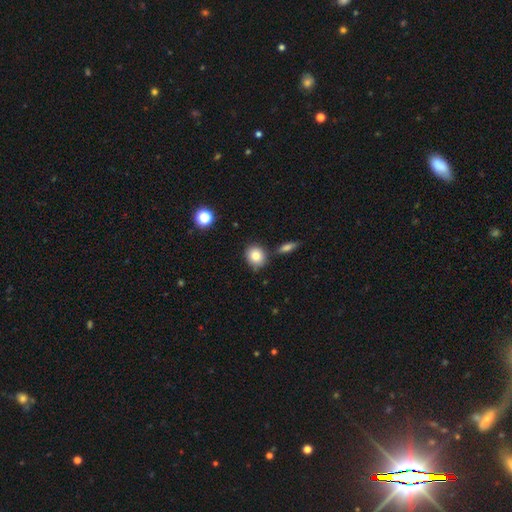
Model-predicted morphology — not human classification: A smooth galaxy with no disk features (84%) that is round (70%).

Vote fractions:
- Smooth or featured? smooth: 84% / star or artifact: 9% / featured or disk: 8%
- How rounded? round: 70% / in between: 29% / cigar-shaped: 1%
- Merging? none: 76% / minor disturbance: 13% / merger: 9% / major disturbance: 3%